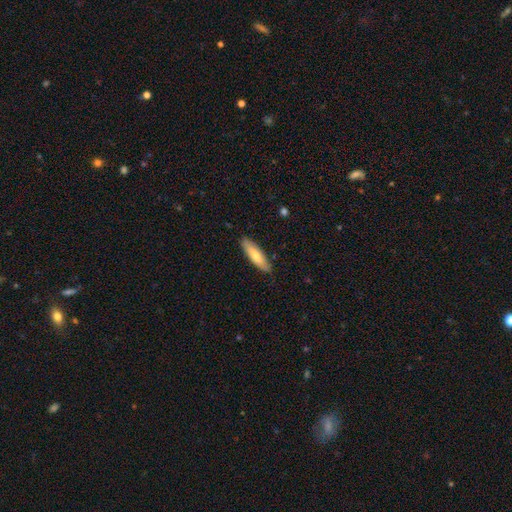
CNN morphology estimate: type=smooth (71%); roundness=cigar-shaped (59%); merging=none (86%).